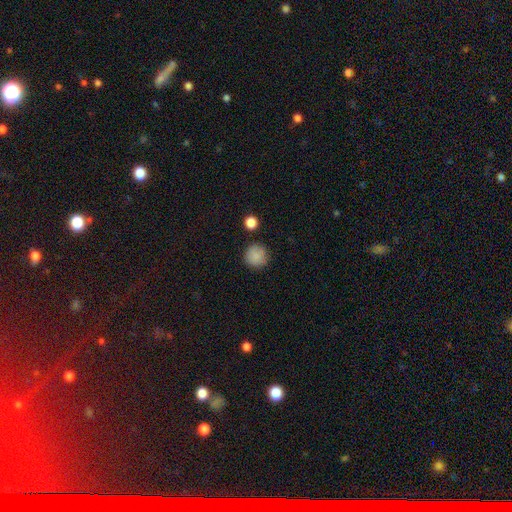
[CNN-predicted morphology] A smooth galaxy with no disk features (86%) that is round (94%).

Vote fractions:
- Smooth or featured? smooth: 86% / star or artifact: 9% / featured or disk: 4%
- How rounded? round: 94% / in between: 5% / cigar-shaped: 1%
- Merging? none: 85% / minor disturbance: 9% / merger: 3% / major disturbance: 3%